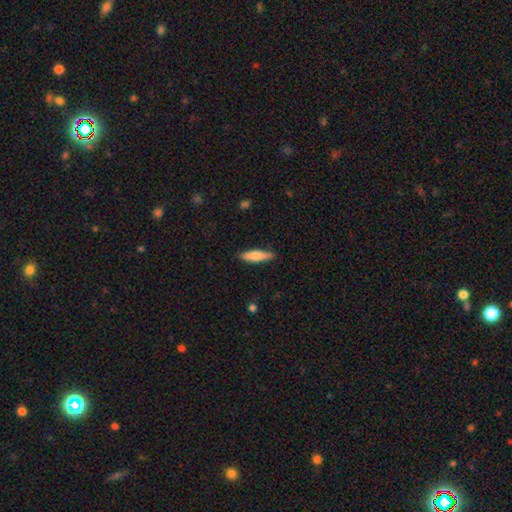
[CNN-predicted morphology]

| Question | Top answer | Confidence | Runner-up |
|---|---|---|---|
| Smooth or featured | smooth | 76% | featured or disk (18%) |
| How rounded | cigar-shaped | 70% | in between (28%) |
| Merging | none | 88% | minor disturbance (9%) |